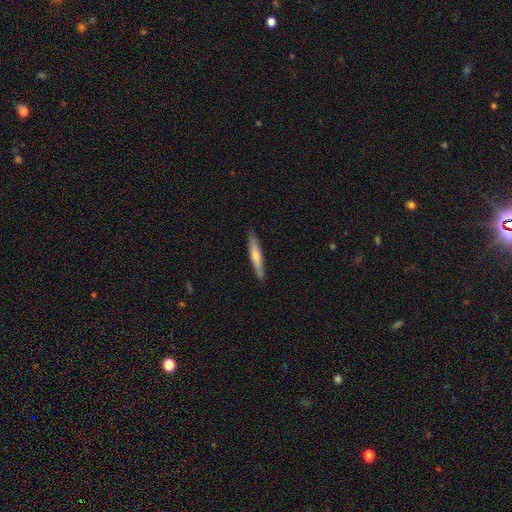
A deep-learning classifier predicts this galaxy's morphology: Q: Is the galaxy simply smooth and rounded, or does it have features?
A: smooth — 66%.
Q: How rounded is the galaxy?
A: cigar-shaped — 90%.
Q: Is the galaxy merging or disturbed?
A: none — 86%.